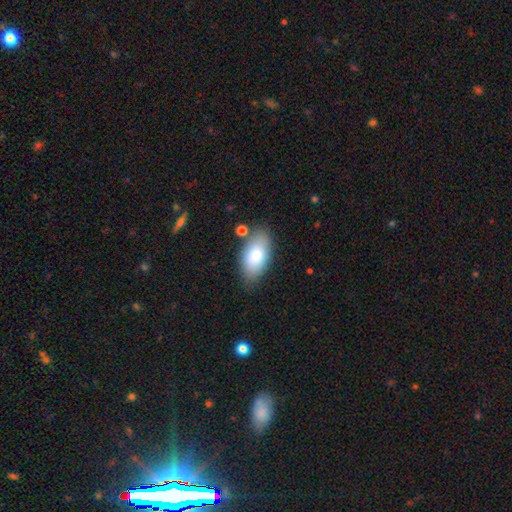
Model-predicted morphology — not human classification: Smooth or featured?
  - smooth: 82% *
  - featured or disk: 12%
  - star or artifact: 6%
How rounded?
  - in between: 94% *
  - round: 3%
  - cigar-shaped: 3%
Merging?
  - none: 74% *
  - minor disturbance: 16%
  - merger: 6%
  - major disturbance: 4%